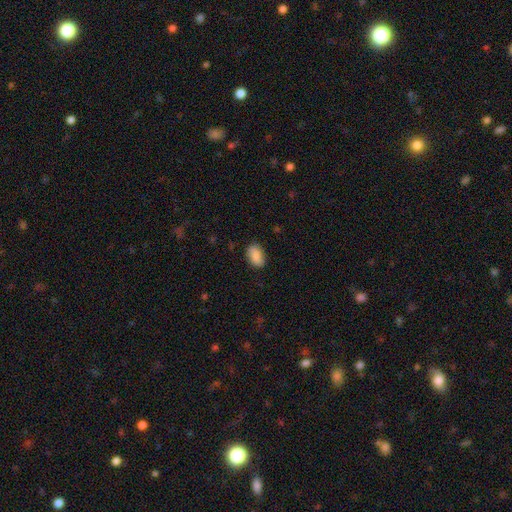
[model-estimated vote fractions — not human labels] A smooth galaxy with no disk features (82%) that is in between round and cigar-shaped (89%).

Vote fractions:
- Smooth or featured? smooth: 82% / featured or disk: 11% / star or artifact: 7%
- How rounded? in between: 89% / round: 10% / cigar-shaped: 2%
- Merging? none: 83% / minor disturbance: 13% / major disturbance: 3% / merger: 1%